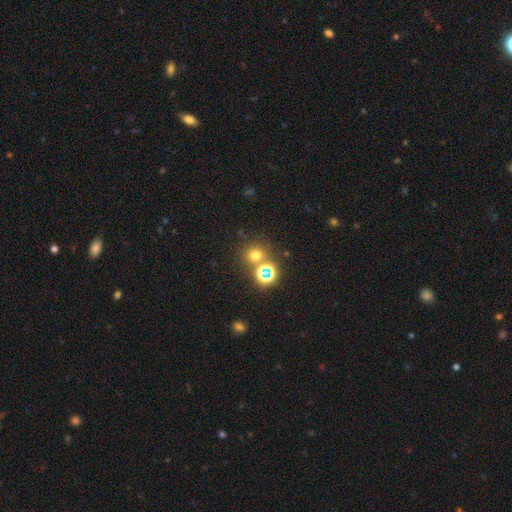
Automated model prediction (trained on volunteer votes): A smooth galaxy with no disk features (63%) that is round (88%).

Vote fractions:
- Smooth or featured? smooth: 63% / star or artifact: 30% / featured or disk: 7%
- How rounded? round: 88% / in between: 11% / cigar-shaped: 1%
- Merging? none: 72% / merger: 17% / minor disturbance: 8% / major disturbance: 4%